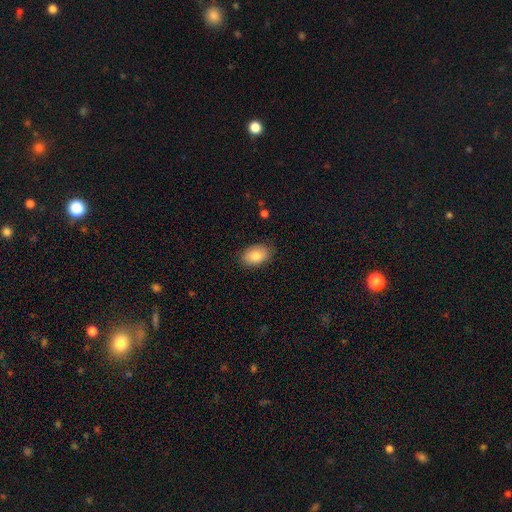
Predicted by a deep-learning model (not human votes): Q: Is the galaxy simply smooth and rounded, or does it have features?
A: smooth — 84%.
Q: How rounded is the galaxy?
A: in between — 88%.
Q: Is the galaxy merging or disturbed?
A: none — 85%.